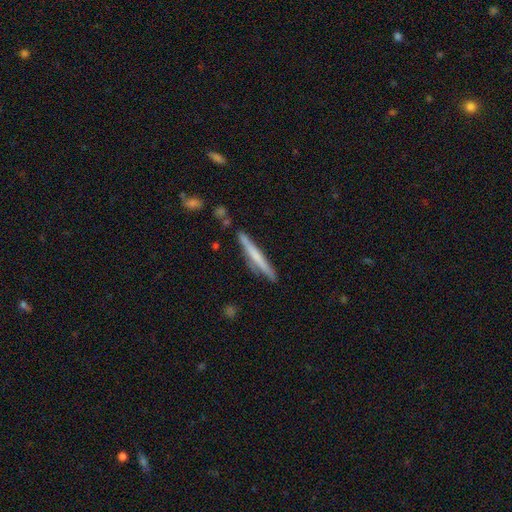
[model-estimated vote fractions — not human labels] Smooth or featured?
  - smooth: 48% *
  - featured or disk: 45%
  - star or artifact: 6%
Merging?
  - none: 82% *
  - minor disturbance: 12%
  - merger: 3%
  - major disturbance: 2%